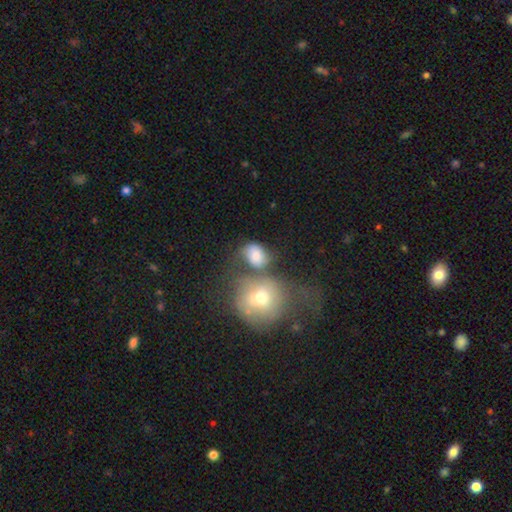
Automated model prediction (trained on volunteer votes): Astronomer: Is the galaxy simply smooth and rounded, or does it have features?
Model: smooth — 68%.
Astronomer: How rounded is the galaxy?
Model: in between — 53% (runner-up: round, 46%).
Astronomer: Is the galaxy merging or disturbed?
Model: none — 38% (runner-up: merger, 31%).